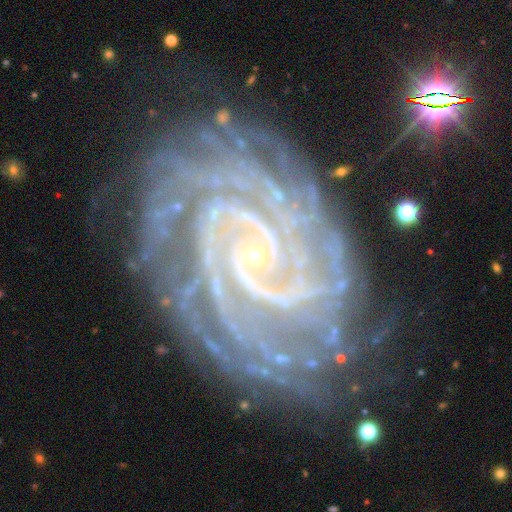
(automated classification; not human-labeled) This appears to be a featured or disk galaxy (92%) with no bar (53%), 4 (21%) tight (84%) spiral arms (99%) and a small central bulge (87%). Merging: none (78%).